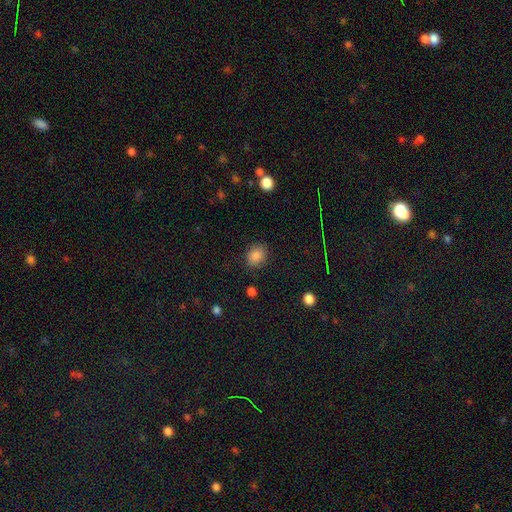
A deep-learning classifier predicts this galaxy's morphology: Q: Smooth or featured?
A: smooth (85%); runner-up: star or artifact (11%)
Q: How rounded?
A: round (54%); runner-up: in between (45%)
Q: Merging?
A: none (83%); runner-up: minor disturbance (12%)